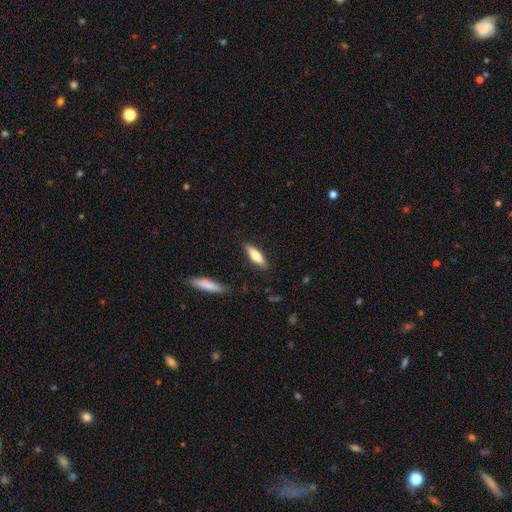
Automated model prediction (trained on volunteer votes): Overall: smooth (66%; featured or disk 28%). How rounded: cigar-shaped (61%; in between 38%). Merging: none (86%).